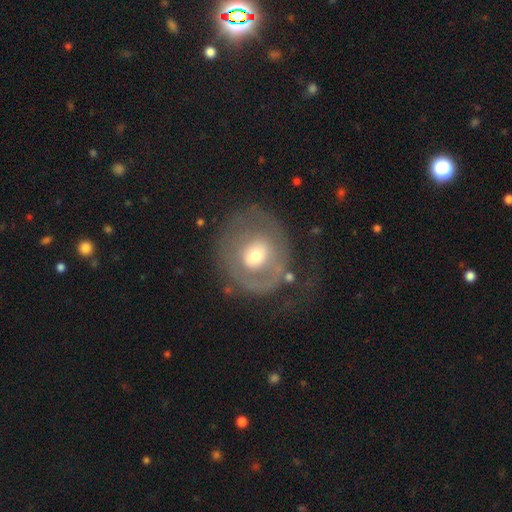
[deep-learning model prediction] Smooth or featured: featured or disk — 54% (smooth — 38%)
Edge-on disk: no — 96% (yes — 4%)
Bar: no — 70% (weak — 23%)
Spiral arms: no — 61% (yes — 39%)
Bulge size: moderate — 61% (small — 27%)
Merging: none — 51% (major disturbance — 26%)